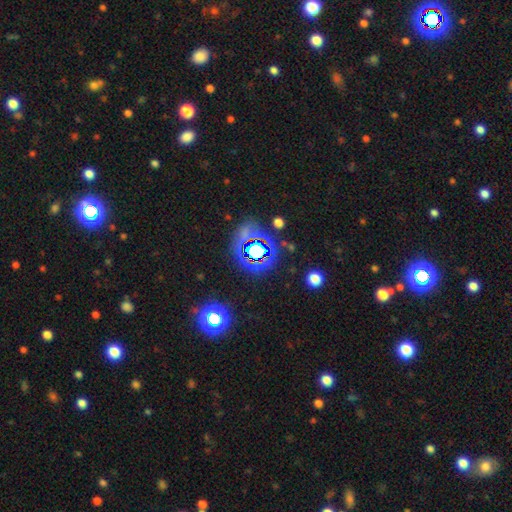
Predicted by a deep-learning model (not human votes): smooth_or_featured: star or artifact (p=0.68) [alt: smooth p=0.20]